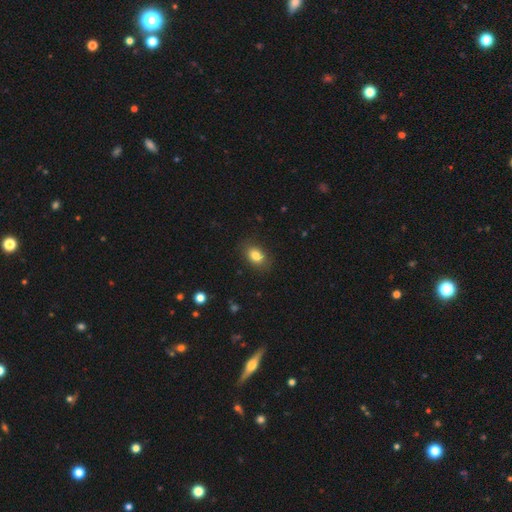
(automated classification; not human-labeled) A smooth galaxy with no disk features (82%) that is in between round and cigar-shaped (78%).

Vote fractions:
- Smooth or featured? smooth: 82% / star or artifact: 9% / featured or disk: 8%
- How rounded? in between: 78% / round: 20% / cigar-shaped: 1%
- Merging? none: 82% / minor disturbance: 13% / major disturbance: 4% / merger: 1%